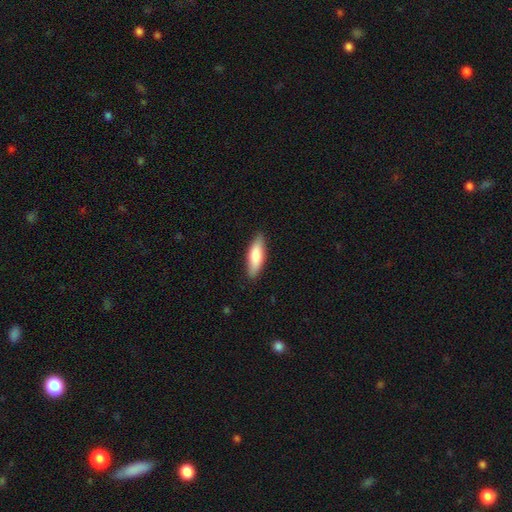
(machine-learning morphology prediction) type=smooth (79%); roundness=cigar-shaped (50%); merging=none (86%).